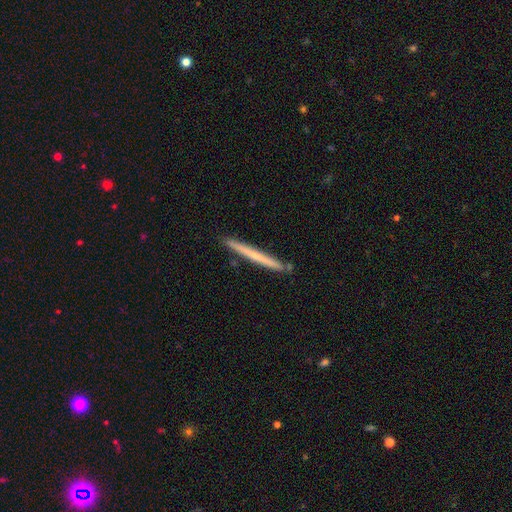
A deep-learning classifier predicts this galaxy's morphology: smooth 47% (tied), featured or disk 47% (tied), star or artifact 6%. Down the decision tree: merging — none (90%).